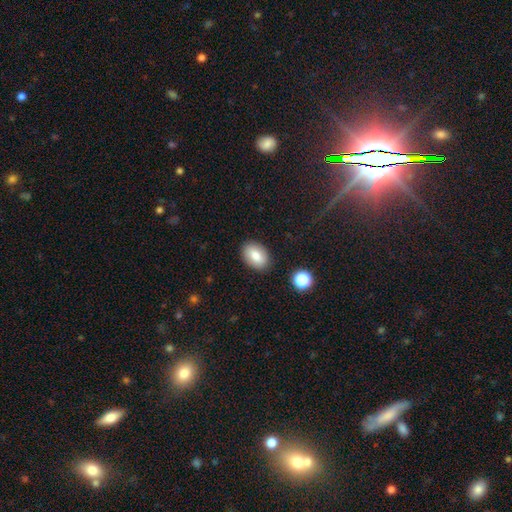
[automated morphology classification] Smooth or featured: smooth — 82% (featured or disk — 9%)
How rounded: in between — 84% (round — 15%)
Merging: none — 86% (minor disturbance — 9%)